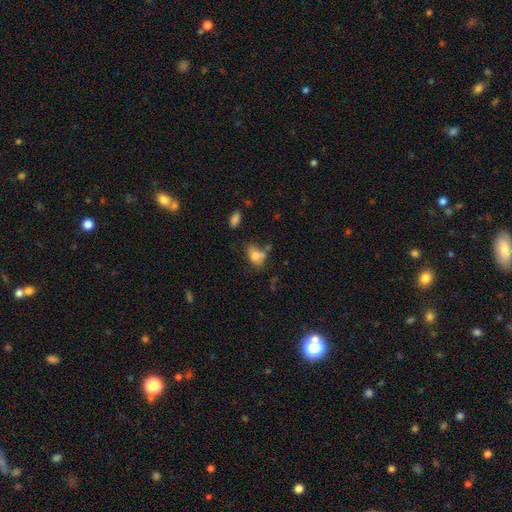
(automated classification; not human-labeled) The model was most divided on "merging": none: 43%, minor disturbance: 24%, merger: 22%, major disturbance: 11%. More confident: smooth or featured — smooth (75%); how rounded — in between (75%).